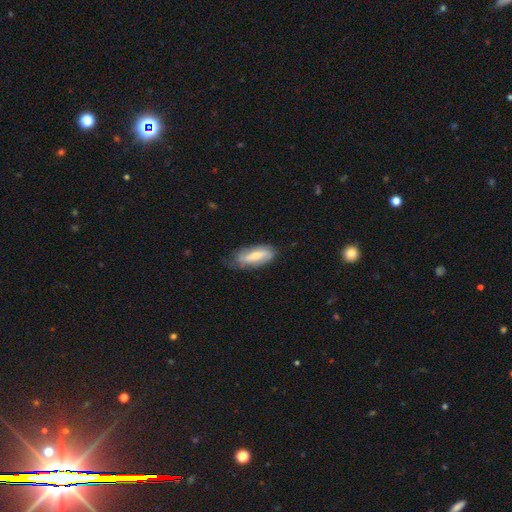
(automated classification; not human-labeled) smooth 47% (tied), featured or disk 47% (tied), star or artifact 6%. Down the decision tree: merging — none (63%).